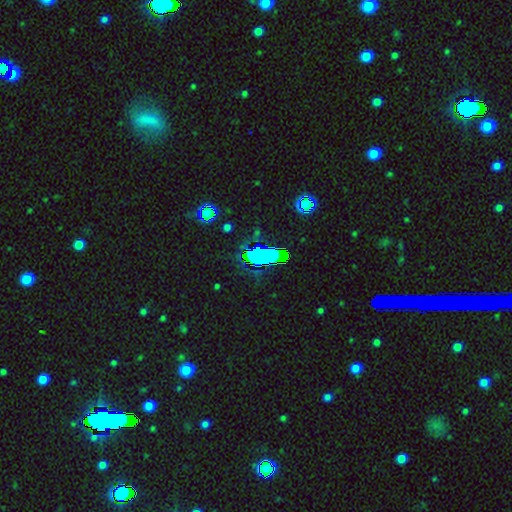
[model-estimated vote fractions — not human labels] Smooth or featured?
  - star or artifact: 63% *
  - smooth: 25%
  - featured or disk: 12%